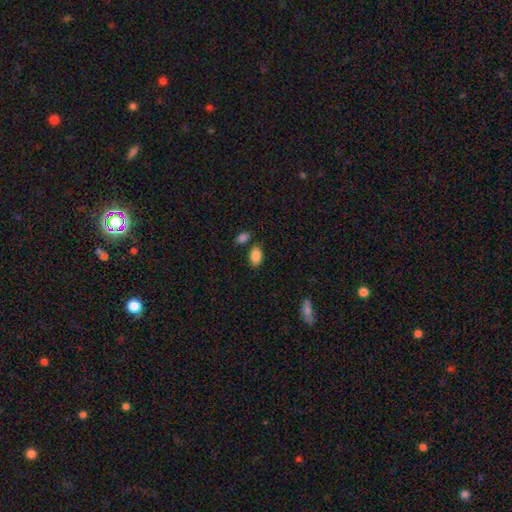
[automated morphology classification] Overall: smooth (87%). How rounded: in between (91%). Merging: none (75%).